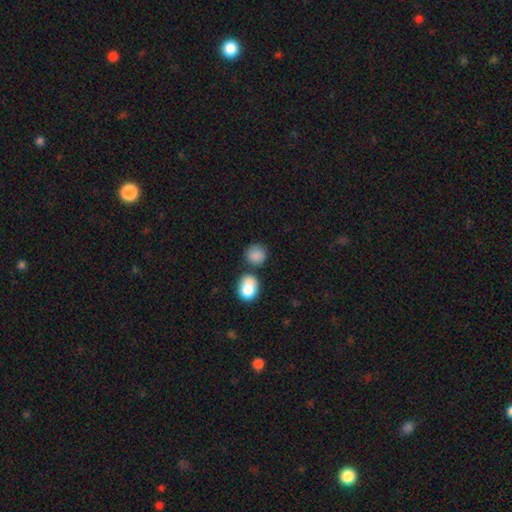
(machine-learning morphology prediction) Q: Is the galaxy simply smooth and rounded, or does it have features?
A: smooth — 85%.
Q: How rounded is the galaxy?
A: round — 84%.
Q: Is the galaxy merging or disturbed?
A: none — 67%.